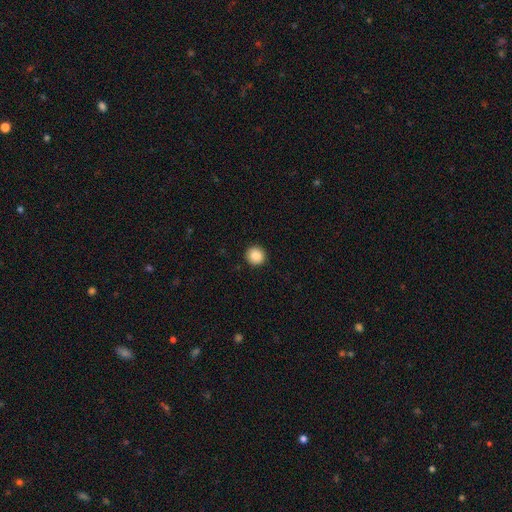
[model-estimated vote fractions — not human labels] Q: Smooth or featured?
A: smooth (88%); runner-up: star or artifact (9%)
Q: How rounded?
A: round (94%); runner-up: in between (5%)
Q: Merging?
A: none (92%); runner-up: minor disturbance (5%)